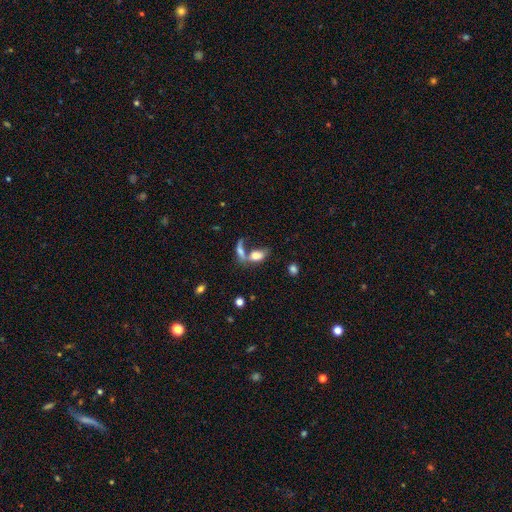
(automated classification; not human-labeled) Overall: smooth (72%). How rounded: in between (83%). Merging: merger (54%; none 27%).